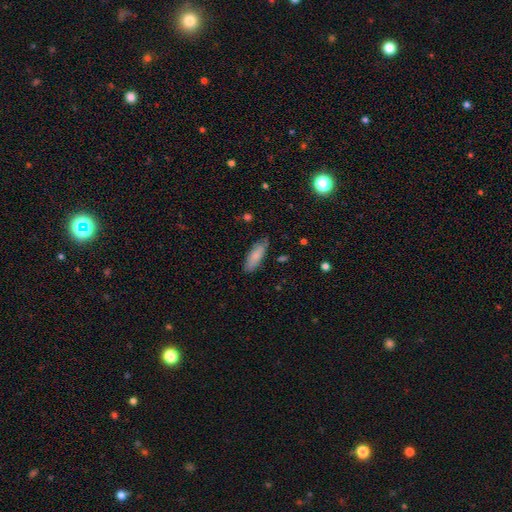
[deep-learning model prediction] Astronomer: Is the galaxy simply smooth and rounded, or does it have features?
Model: smooth — 80%.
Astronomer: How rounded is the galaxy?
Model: in between — 64%.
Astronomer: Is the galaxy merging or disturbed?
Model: none — 75%.